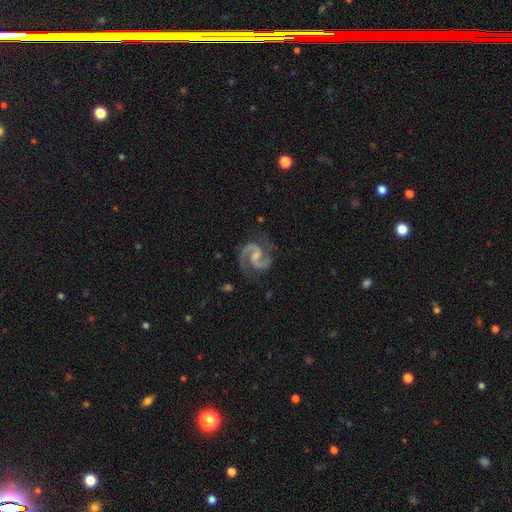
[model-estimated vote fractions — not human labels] This appears to be a featured or disk galaxy (93%) with a weak bar (51%), 2 (94%) medium (68%) spiral arms (99%) and a small central bulge (41%). Merging: none (79%).